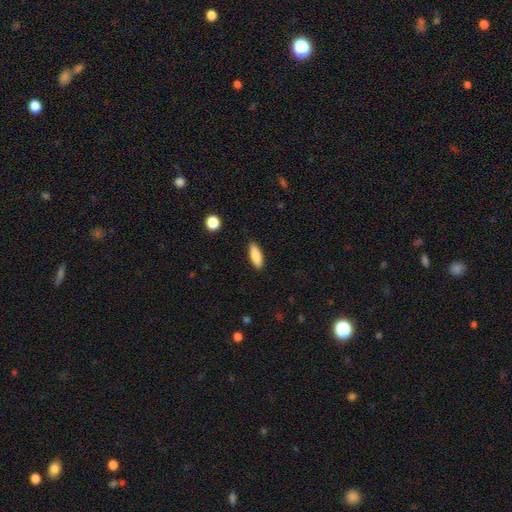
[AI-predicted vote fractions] This is clearly a smooth galaxy (86%). How rounded: possibly in between (57%). Merging: clearly none (88%).